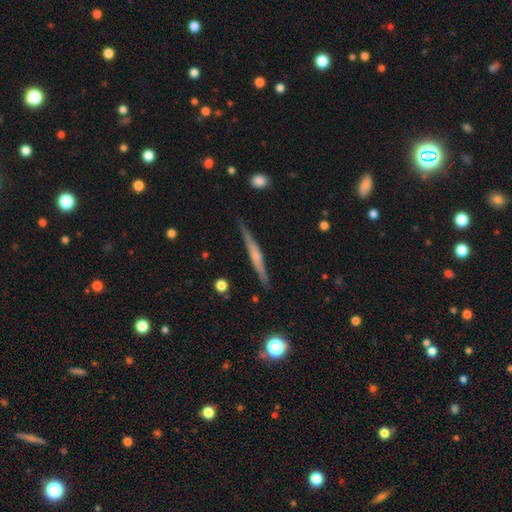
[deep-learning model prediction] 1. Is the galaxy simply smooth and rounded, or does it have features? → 65% featured or disk, 29% smooth, 6% star or artifact.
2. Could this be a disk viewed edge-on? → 97% yes, 3% no.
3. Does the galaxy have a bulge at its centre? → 54% rounded, 34% none, 12% boxy.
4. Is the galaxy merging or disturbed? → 88% none, 9% minor disturbance, 2% major disturbance, 1% merger.